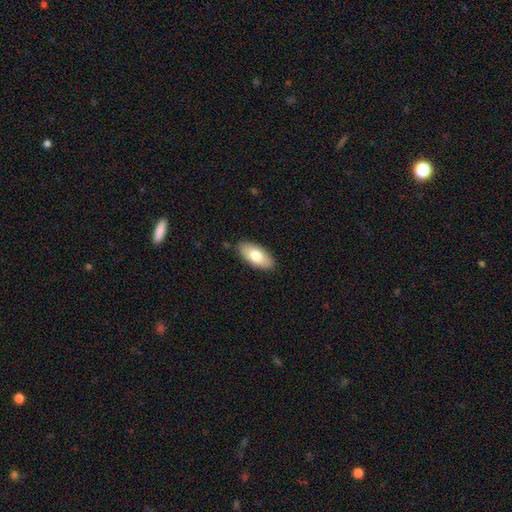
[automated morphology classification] type=smooth (75%); roundness=in between (91%); merging=none (86%).